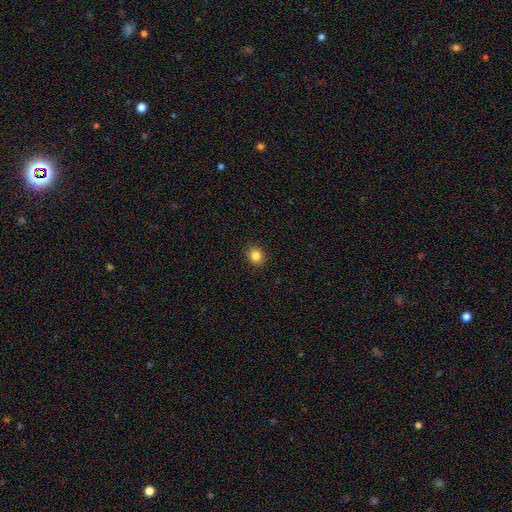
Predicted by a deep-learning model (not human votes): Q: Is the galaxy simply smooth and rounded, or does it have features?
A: smooth — 84%.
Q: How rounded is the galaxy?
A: round — 75%.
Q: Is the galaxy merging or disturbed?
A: none — 92%.